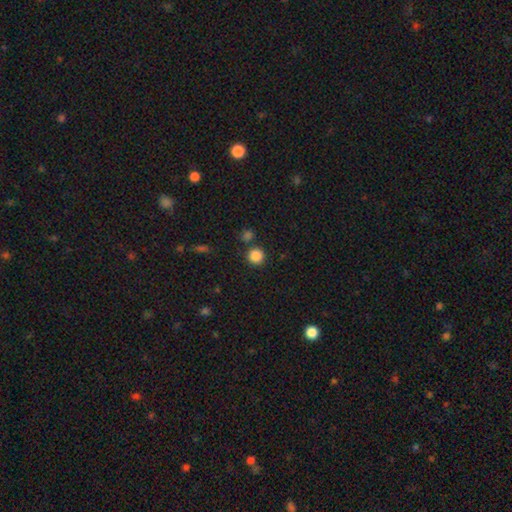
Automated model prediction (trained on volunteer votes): smooth-or-featured: smooth: 86% | star or artifact: 11% | featured or disk: 3%
  how-rounded: round: 94% | in between: 5% | cigar-shaped: 1%
  merging: none: 83% | merger: 7% | minor disturbance: 7% | major disturbance: 3%